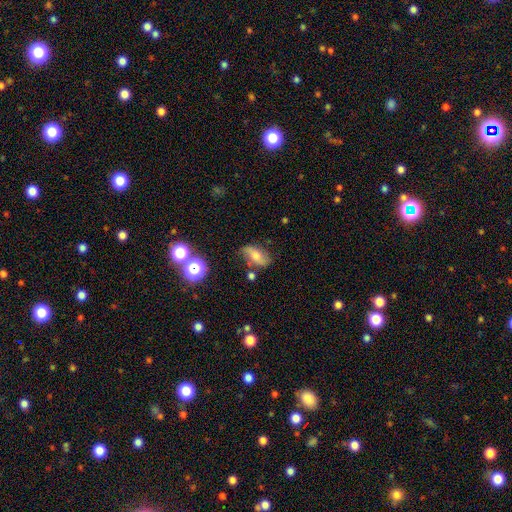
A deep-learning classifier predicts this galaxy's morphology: This is marginally a featured or disk galaxy (45%). Merging: likely none (68%).